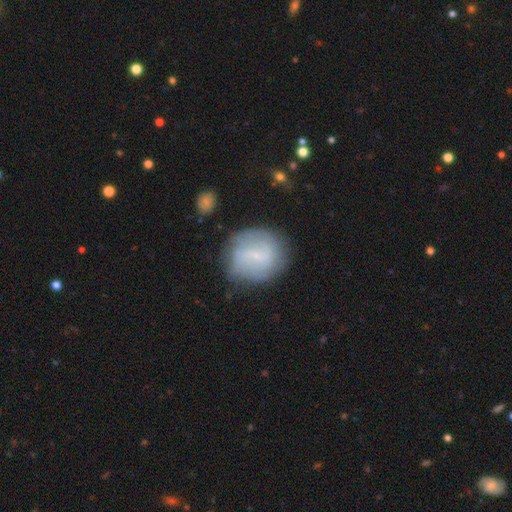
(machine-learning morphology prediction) A featured or disk galaxy (52%) with a weak bar (54%), spiral arms (73%) and a small central bulge (76%).

Vote fractions:
- Smooth or featured? featured or disk: 52% / smooth: 40% / star or artifact: 8%
- Edge-on disk? no: 97% / yes: 3%
- Bar? weak: 54% / no: 31% / strong: 16%
- Spiral arms? yes: 73% / no: 27%
- Bulge size? small: 76% / none: 12% / moderate: 10% / large: 1% / dominant: 1%
- Merging? none: 74% / minor disturbance: 17% / major disturbance: 6% / merger: 3%